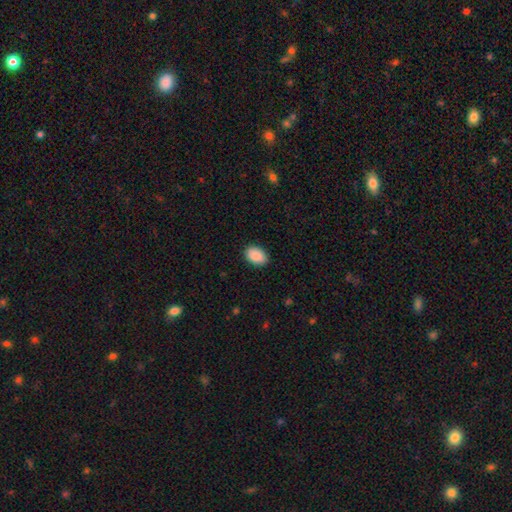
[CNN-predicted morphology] The model was most divided on "how rounded": in between: 87%, round: 12%, cigar-shaped: 1%. More confident: smooth or featured — smooth (91%); merging — none (88%).